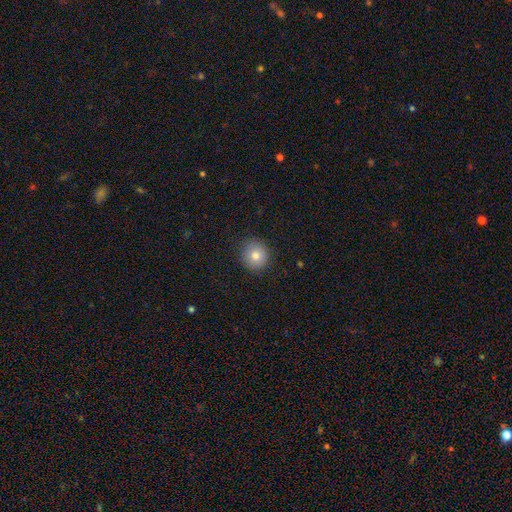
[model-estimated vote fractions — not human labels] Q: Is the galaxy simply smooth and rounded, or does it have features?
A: smooth — 80%.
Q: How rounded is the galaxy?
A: round — 91%.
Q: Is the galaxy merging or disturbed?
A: none — 89%.